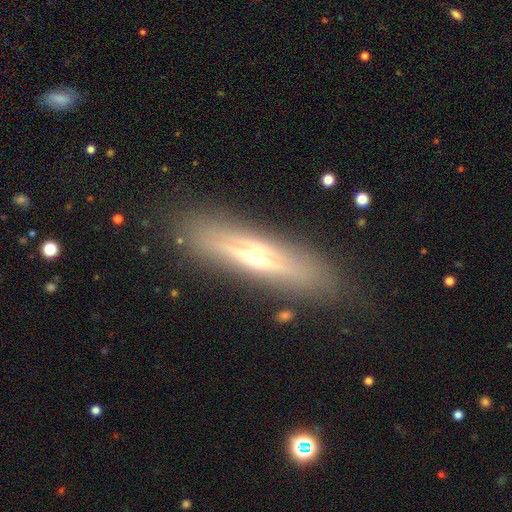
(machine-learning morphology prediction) A featured or disk galaxy (68%) viewed edge-on (88%) with a rounded central bulge (91%).

Vote fractions:
- Smooth or featured? featured or disk: 68% / smooth: 24% / star or artifact: 8%
- Edge-on disk? yes: 88% / no: 12%
- Edge-on bulge? rounded: 91% / none: 5% / boxy: 4%
- Merging? none: 85% / minor disturbance: 10% / major disturbance: 4% / merger: 2%